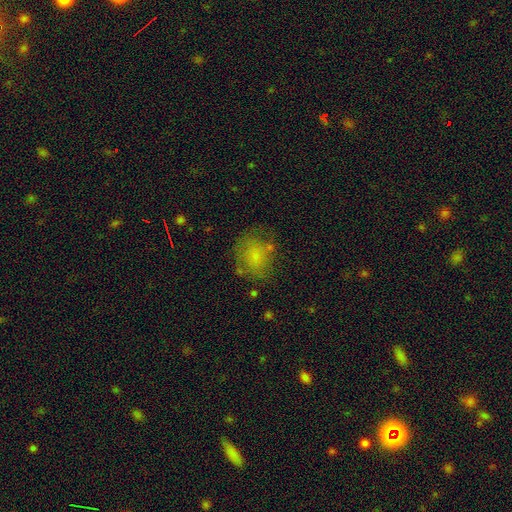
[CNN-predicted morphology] Smooth or featured? Predicted: smooth (p=0.71). How rounded? Predicted: round (p=0.62). Merging? Predicted: none (p=0.61).